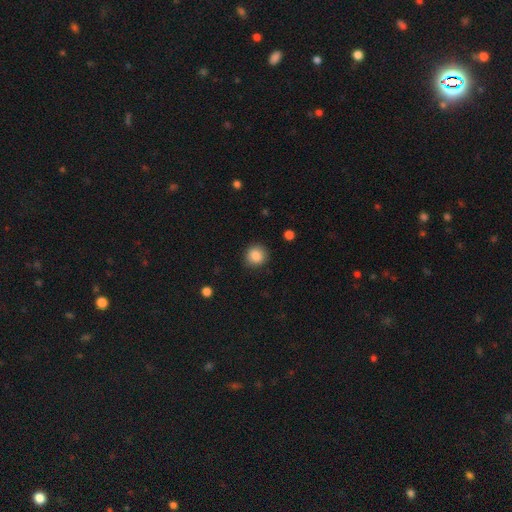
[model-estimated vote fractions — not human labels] smooth-or-featured: smooth: 87% | star or artifact: 9% | featured or disk: 4%
  how-rounded: round: 90% | in between: 9% | cigar-shaped: 1%
  merging: none: 88% | minor disturbance: 9% | major disturbance: 3% | merger: 1%